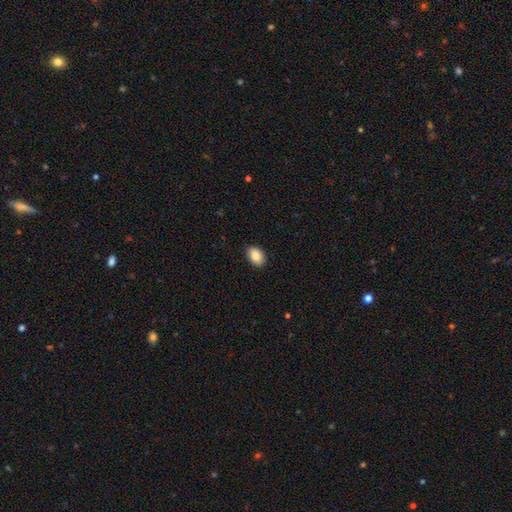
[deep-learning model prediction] Smooth or featured: smooth — 87% (star or artifact — 7%)
How rounded: in between — 83% (round — 16%)
Merging: none — 89% (minor disturbance — 9%)